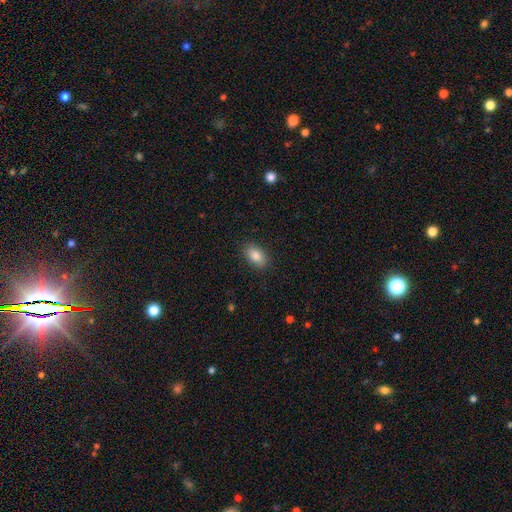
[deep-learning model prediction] smooth-or-featured: smooth: 86% | star or artifact: 7% | featured or disk: 7%
  how-rounded: in between: 91% | round: 6% | cigar-shaped: 3%
  merging: none: 88% | minor disturbance: 9% | major disturbance: 3% | merger: 1%